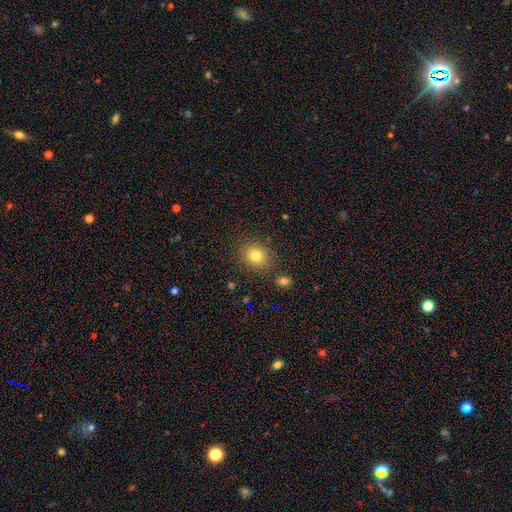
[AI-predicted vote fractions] A smooth galaxy with no disk features (79%) that is round (68%).

Vote fractions:
- Smooth or featured? smooth: 79% / star or artifact: 14% / featured or disk: 8%
- How rounded? round: 68% / in between: 31% / cigar-shaped: 1%
- Merging? none: 84% / minor disturbance: 9% / merger: 4% / major disturbance: 3%